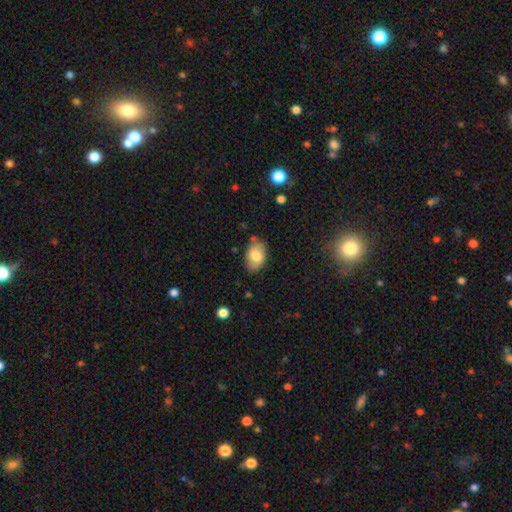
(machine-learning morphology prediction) Smooth or featured: smooth — 77% (featured or disk — 16%)
How rounded: in between — 89% (round — 9%)
Merging: none — 79% (minor disturbance — 15%)